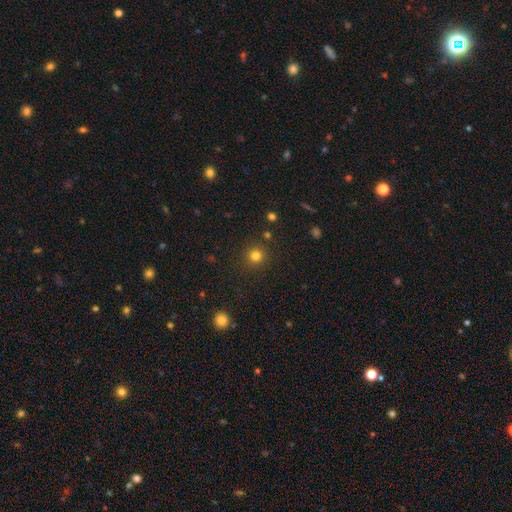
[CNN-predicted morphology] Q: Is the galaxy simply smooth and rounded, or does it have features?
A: smooth — 80%.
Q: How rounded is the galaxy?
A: round — 93%.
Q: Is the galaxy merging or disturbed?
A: none — 89%.